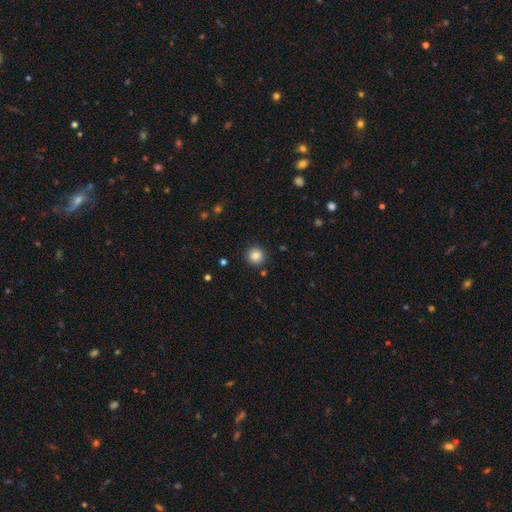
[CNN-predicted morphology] Smooth or featured? Predicted: smooth (p=0.85). How rounded? Predicted: round (p=0.94). Merging? Predicted: none (p=0.90).